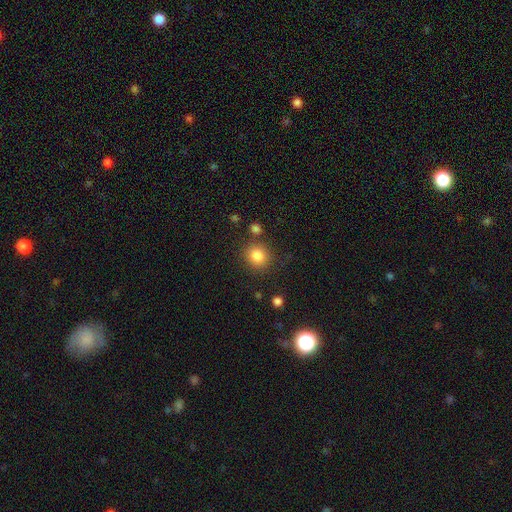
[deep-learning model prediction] Morphology: type=smooth (84%); roundness=round (87%); merging=none (83%).